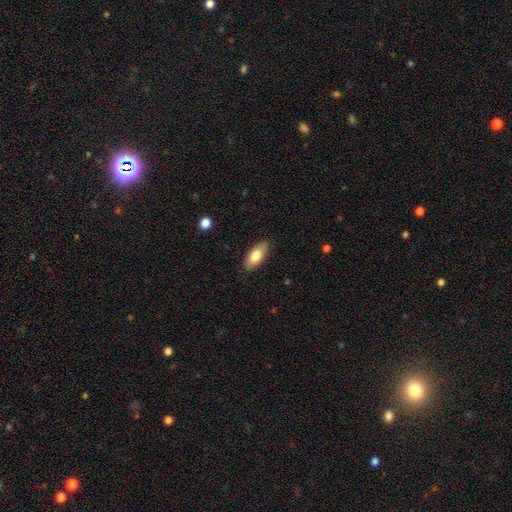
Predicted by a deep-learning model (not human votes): Morphology: type=smooth (80%); roundness=in between (88%); merging=none (87%).